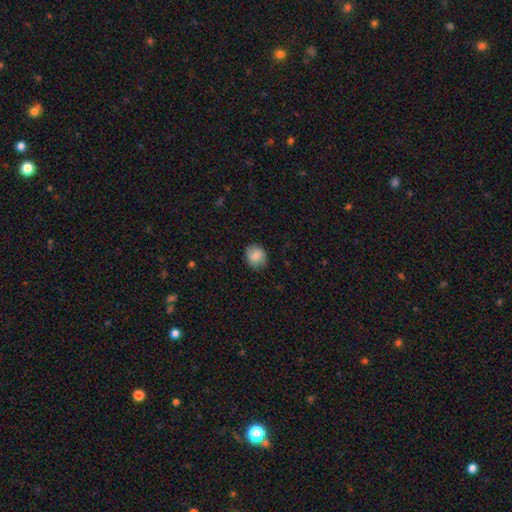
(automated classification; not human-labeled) smooth-or-featured: smooth: 83% | featured or disk: 9% | star or artifact: 8%
  how-rounded: round: 71% | in between: 28% | cigar-shaped: 1%
  merging: none: 85% | minor disturbance: 12% | major disturbance: 3% | merger: 1%